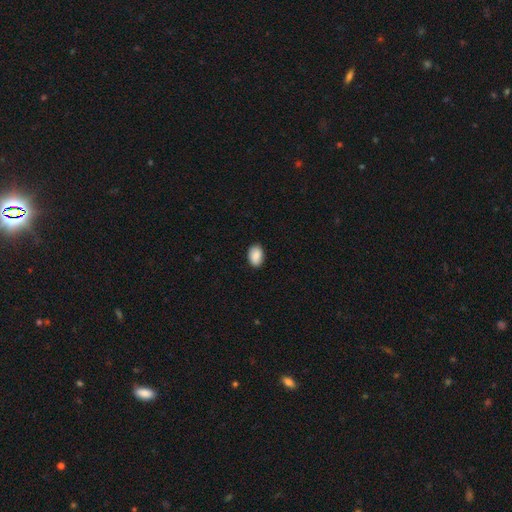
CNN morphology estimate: Smooth or featured? smooth (90%)
How rounded? in between (87%)
Merging? none (88%)